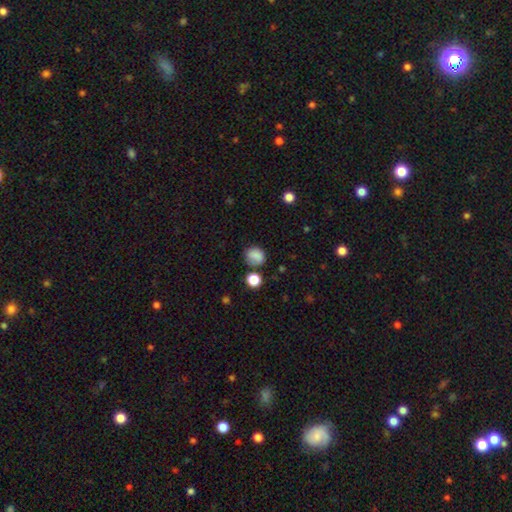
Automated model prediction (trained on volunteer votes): Smooth or featured? Predicted: smooth (p=0.82). How rounded? Predicted: round (p=0.71). Merging? Predicted: none (p=0.67).